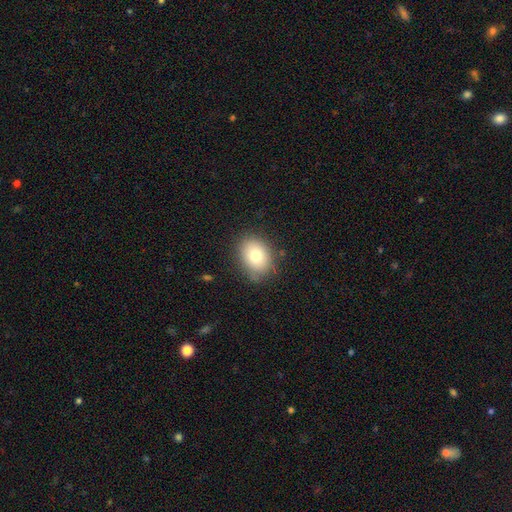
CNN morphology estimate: This appears to be a smooth galaxy with no disk features (80%) that is in between round and cigar-shaped (67%). Merging: none (78%).